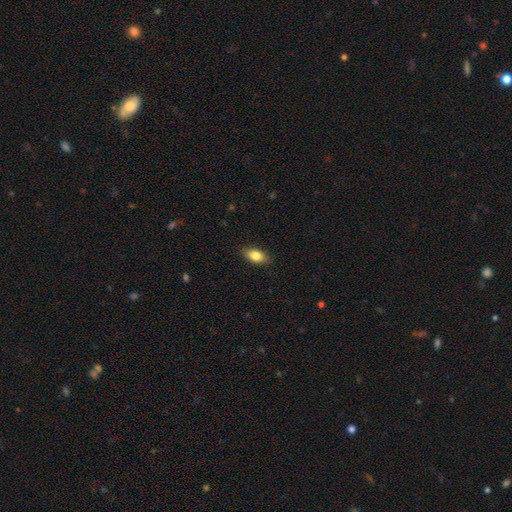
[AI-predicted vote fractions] Morphology: type=smooth (82%); roundness=in between (87%); merging=none (87%).